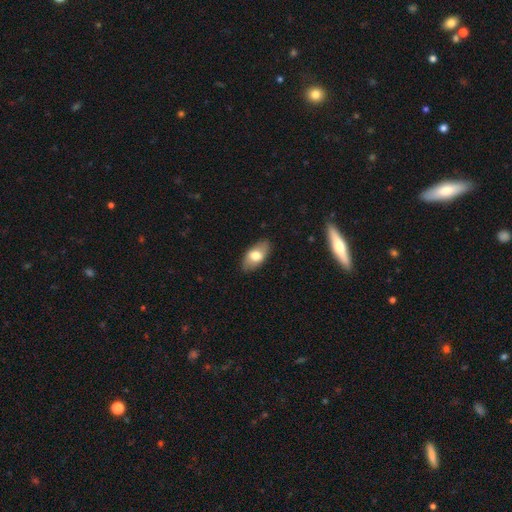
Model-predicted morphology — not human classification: Q: Smooth or featured?
A: smooth (70%); runner-up: featured or disk (23%)
Q: How rounded?
A: in between (92%); runner-up: round (5%)
Q: Merging?
A: none (84%); runner-up: minor disturbance (12%)